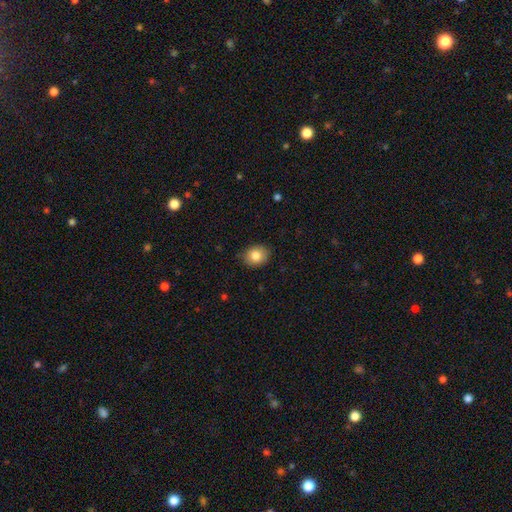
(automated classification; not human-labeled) Overall: smooth (83%). How rounded: round (57%; in between 42%). Merging: none (86%).